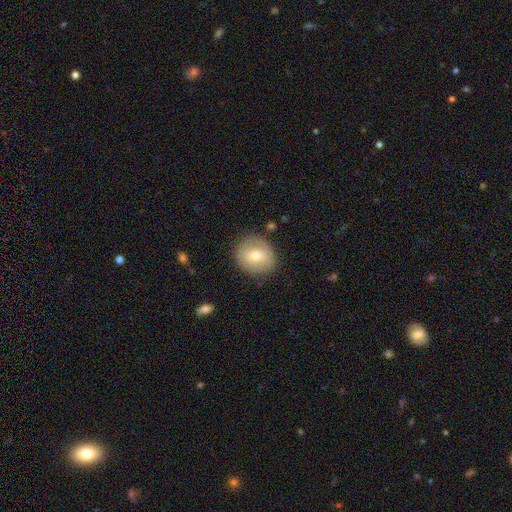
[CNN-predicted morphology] Smooth or featured? Predicted: smooth (p=0.68). How rounded? Predicted: round (p=0.83). Merging? Predicted: none (p=0.84).